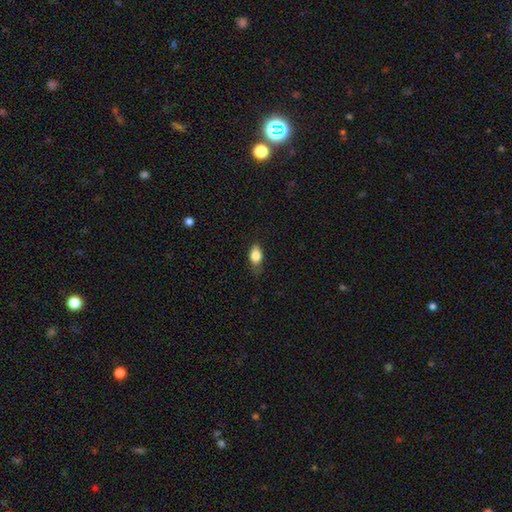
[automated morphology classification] This is clearly a smooth galaxy (81%). How rounded: clearly in between (83%). Merging: likely none (64%).